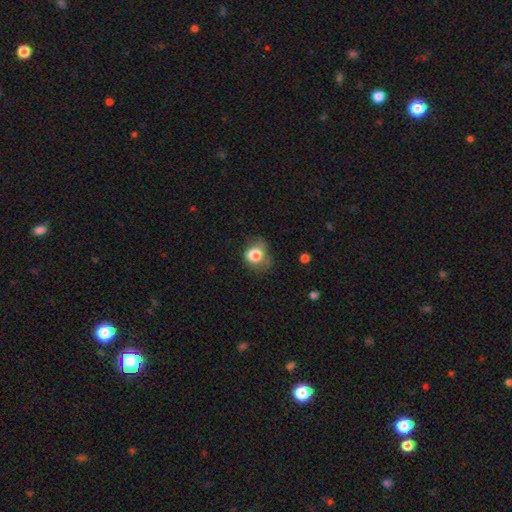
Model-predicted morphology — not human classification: smooth_or_featured: smooth (p=0.78) [alt: featured or disk p=0.12]
how_rounded: round (p=0.60) [alt: in between p=0.40]
merging: minor disturbance (p=0.36) [alt: none p=0.34]